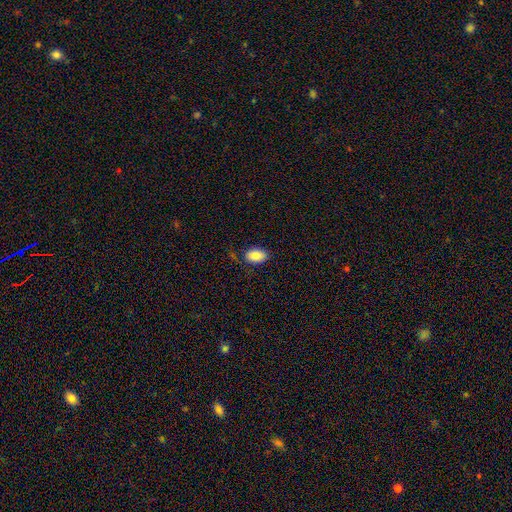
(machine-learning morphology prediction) smooth_or_featured: smooth (p=0.86) [alt: star or artifact p=0.08]
how_rounded: in between (p=0.90) [alt: round p=0.08]
merging: none (p=0.77) [alt: minor disturbance p=0.17]